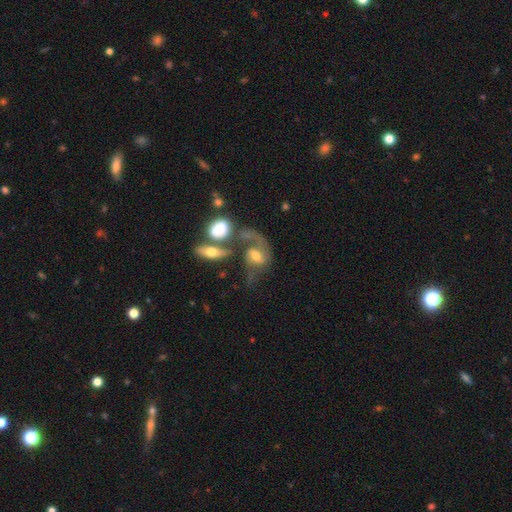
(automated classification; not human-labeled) Smooth or featured? Predicted: featured or disk (p=0.65). Edge-on disk? Predicted: no (p=0.95). Bar? Predicted: no (p=0.45). Spiral arms? Predicted: yes (p=0.83). Spiral winding? Predicted: loose (p=0.59). Spiral arm count? Predicted: 2 (p=0.63). Bulge size? Predicted: moderate (p=0.59). Merging? Predicted: merger (p=0.34).